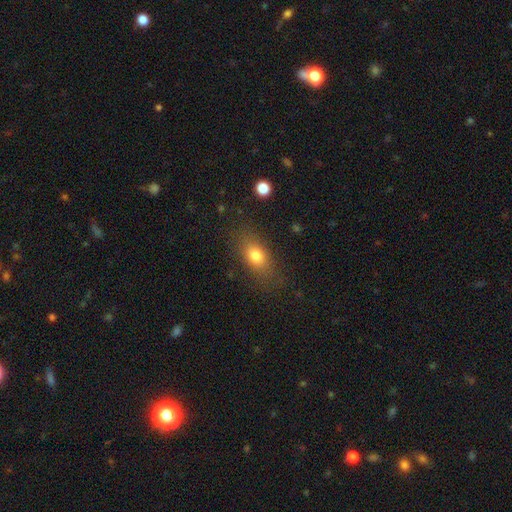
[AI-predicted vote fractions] A smooth galaxy with no disk features (78%) that is in between round and cigar-shaped (78%). Merging: none (79%).